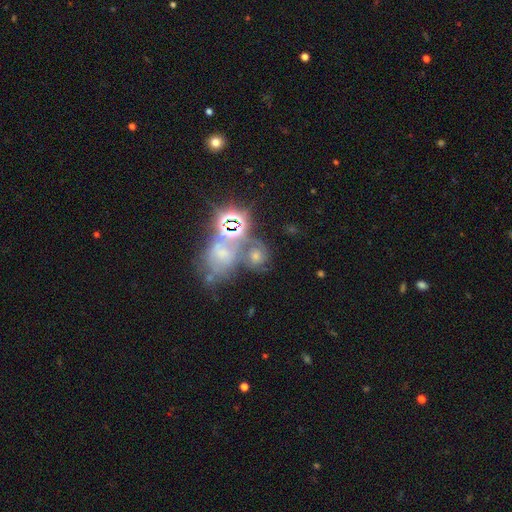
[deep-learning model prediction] Overall: star or artifact (46%; smooth 28%).